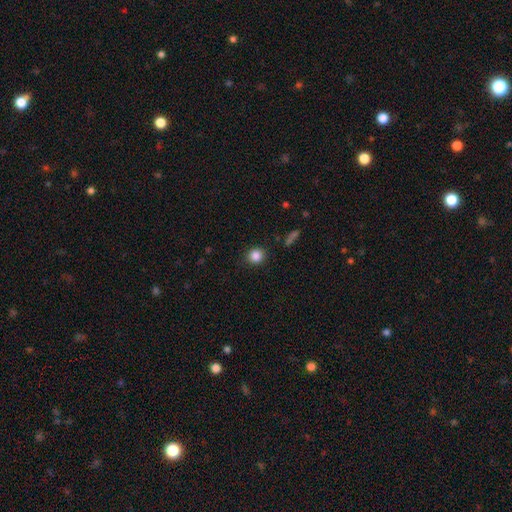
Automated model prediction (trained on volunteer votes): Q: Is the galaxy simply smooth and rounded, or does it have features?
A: smooth — 85%.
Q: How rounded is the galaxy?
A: round — 82%.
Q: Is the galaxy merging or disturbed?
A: none — 87%.